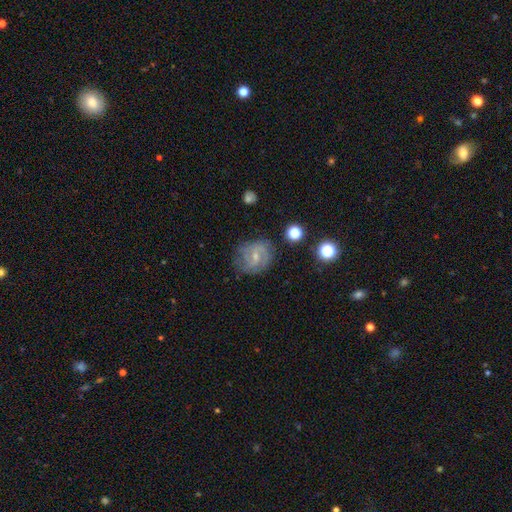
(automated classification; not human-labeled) smooth_or_featured: featured or disk (p=0.71) [alt: smooth p=0.21]
disk_edge_on: no (p=0.97) [alt: yes p=0.03]
bar: weak (p=0.54) [alt: no p=0.31]
has_spiral_arms: yes (p=0.89) [alt: no p=0.11]
spiral_winding: medium (p=0.44) [alt: tight p=0.39]
spiral_arm_count: 2 (p=0.62) [alt: can't tell p=0.20]
bulge_size: small (p=0.59) [alt: moderate p=0.36]
merging: none (p=0.71) [alt: minor disturbance p=0.20]